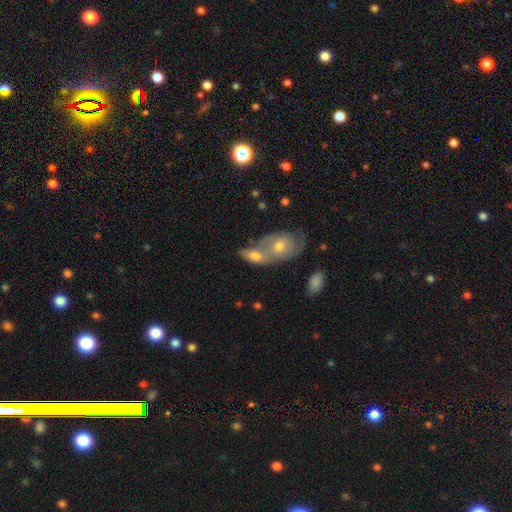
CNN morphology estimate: A smooth galaxy with no disk features (61%) that is in between round and cigar-shaped (84%). Merging: merger (64%).